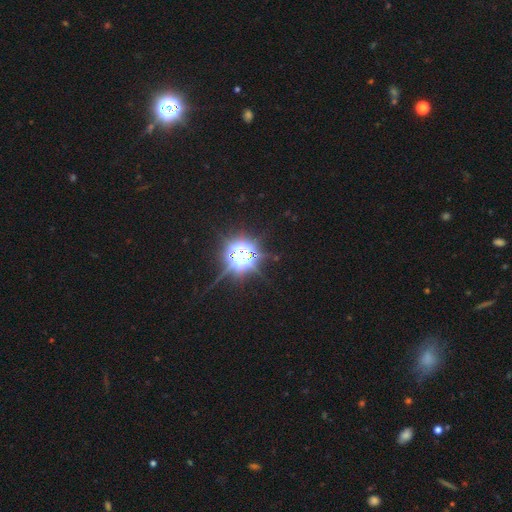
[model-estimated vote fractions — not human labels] Morphology: type=star or artifact (84%).